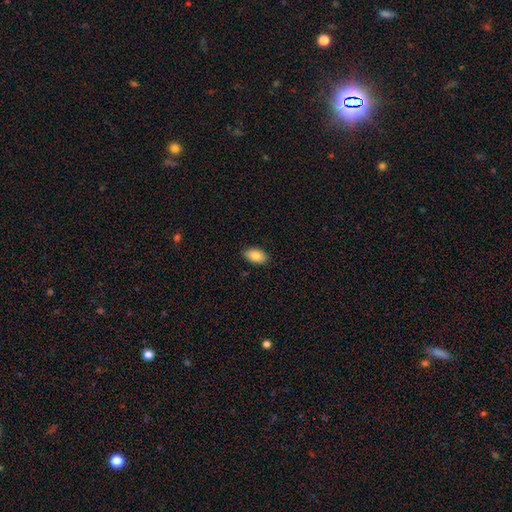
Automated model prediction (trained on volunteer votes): A smooth galaxy with no disk features (84%) that is in between round and cigar-shaped (92%).

Vote fractions:
- Smooth or featured? smooth: 84% / featured or disk: 9% / star or artifact: 7%
- How rounded? in between: 92% / round: 6% / cigar-shaped: 2%
- Merging? none: 87% / minor disturbance: 10% / major disturbance: 2% / merger: 1%